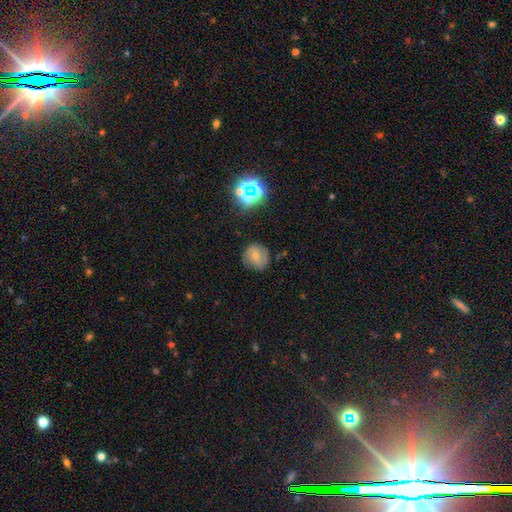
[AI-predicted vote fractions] Smooth or featured?
  - smooth: 51% *
  - featured or disk: 34%
  - star or artifact: 15%
How rounded?
  - round: 84% *
  - in between: 15%
  - cigar-shaped: 1%
Merging?
  - none: 77% *
  - minor disturbance: 16%
  - major disturbance: 5%
  - merger: 2%